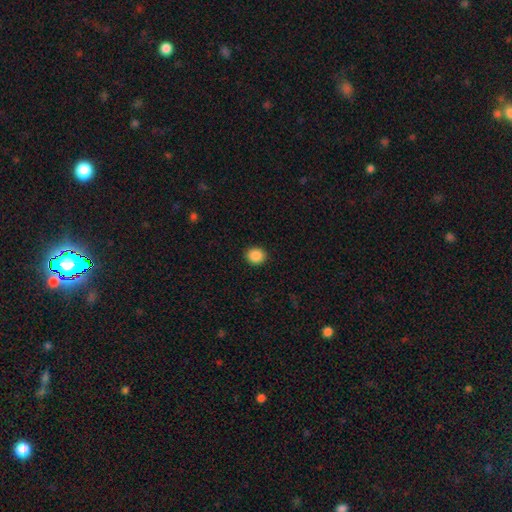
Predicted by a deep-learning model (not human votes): smooth-or-featured: smooth: 88% | star or artifact: 9% | featured or disk: 3%
  how-rounded: round: 76% | in between: 23% | cigar-shaped: 1%
  merging: none: 92% | minor disturbance: 6% | major disturbance: 2% | merger: 1%